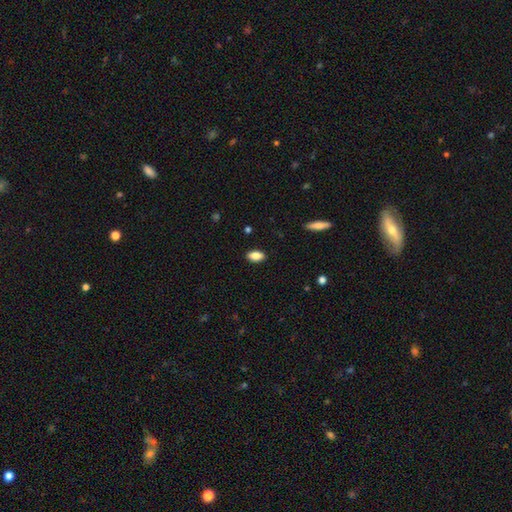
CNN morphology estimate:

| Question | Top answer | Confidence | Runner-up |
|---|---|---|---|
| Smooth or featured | smooth | 85% | featured or disk (8%) |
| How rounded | in between | 90% | cigar-shaped (6%) |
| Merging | none | 88% | minor disturbance (9%) |